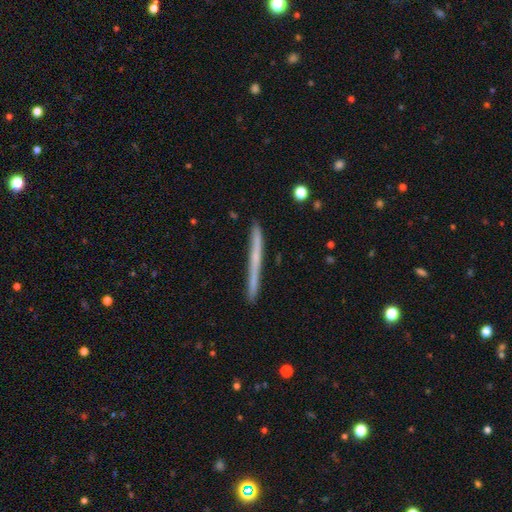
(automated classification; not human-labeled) featured or disk 47% (tied), smooth 47% (tied), star or artifact 6%. Down the decision tree: merging — none (89%).